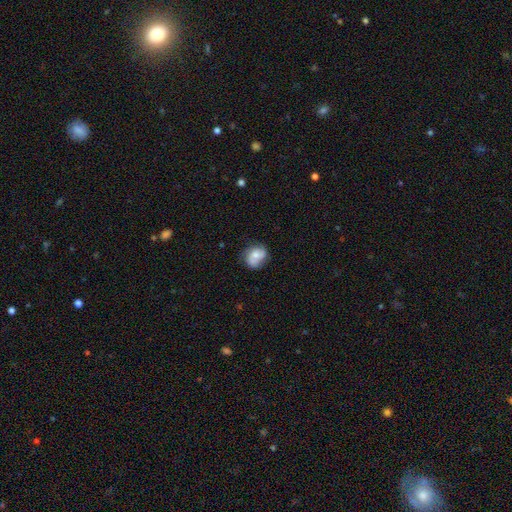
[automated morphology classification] Smooth or featured? smooth (49%)
Merging? none (58%)